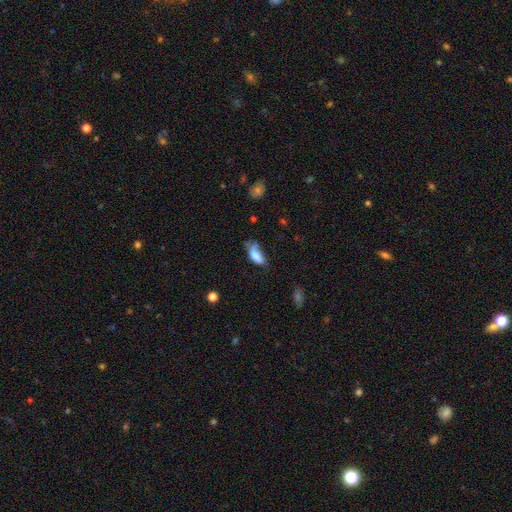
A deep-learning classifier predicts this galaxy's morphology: smooth 73%, featured or disk 18%, star or artifact 9%. Down the decision tree: how rounded — in between (83%); merging — minor disturbance (36%).